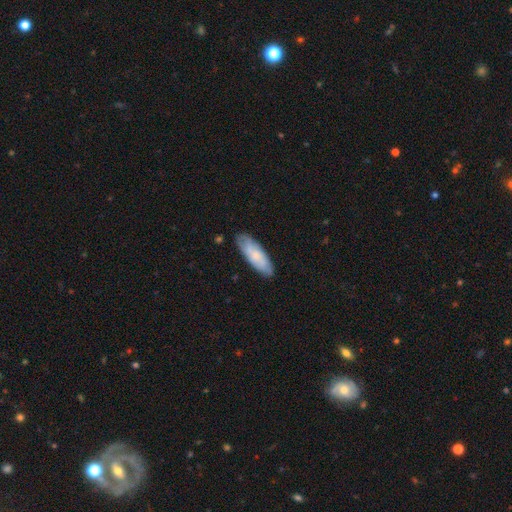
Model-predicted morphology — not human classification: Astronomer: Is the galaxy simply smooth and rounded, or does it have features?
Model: smooth — 65%.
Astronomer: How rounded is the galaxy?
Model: in between — 61% (runner-up: cigar-shaped, 37%).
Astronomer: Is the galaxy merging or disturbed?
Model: none — 80%.